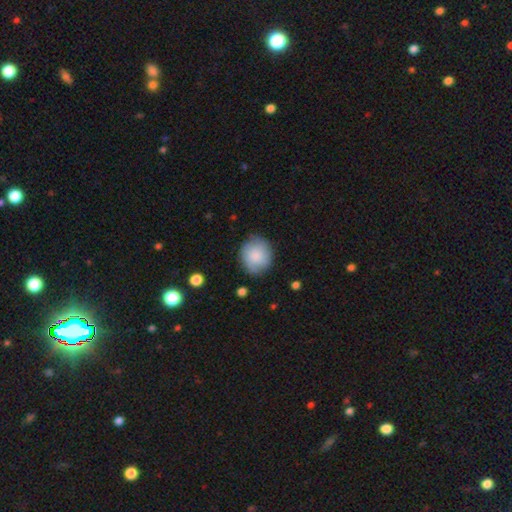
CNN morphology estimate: smooth_or_featured: smooth (p=0.81) [alt: featured or disk p=0.12]
how_rounded: round (p=0.80) [alt: in between p=0.19]
merging: none (p=0.79) [alt: minor disturbance p=0.16]